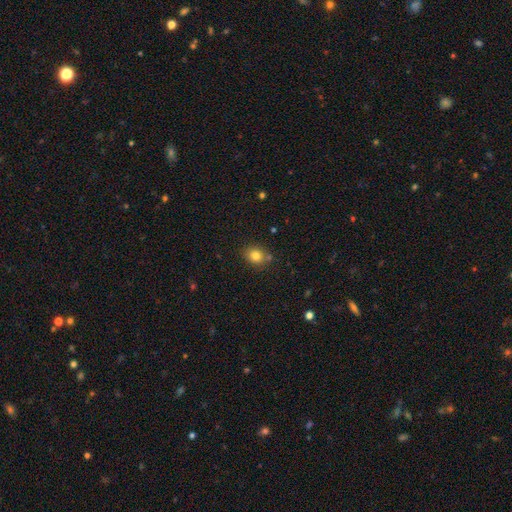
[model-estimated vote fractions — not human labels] Smooth or featured?
  - smooth: 81% *
  - star or artifact: 12%
  - featured or disk: 7%
How rounded?
  - round: 65% *
  - in between: 34%
  - cigar-shaped: 1%
Merging?
  - none: 76% *
  - minor disturbance: 12%
  - merger: 8%
  - major disturbance: 3%